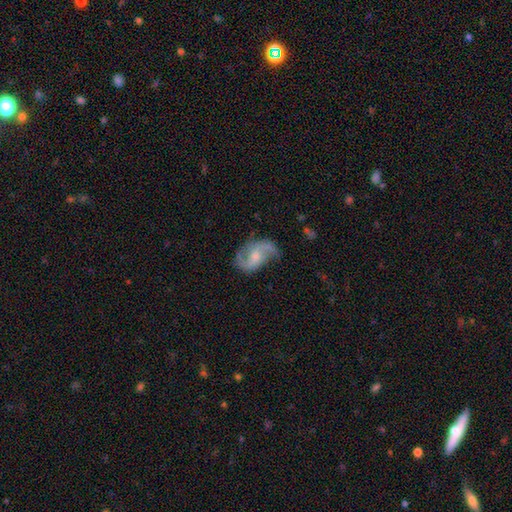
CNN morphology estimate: smooth_or_featured: featured or disk (p=0.85) [alt: smooth p=0.09]
disk_edge_on: no (p=0.97) [alt: yes p=0.03]
bar: no (p=0.50) [alt: weak p=0.41]
has_spiral_arms: yes (p=0.96) [alt: no p=0.04]
spiral_winding: loose (p=0.52) [alt: medium p=0.39]
spiral_arm_count: 2 (p=0.89) [alt: can't tell p=0.04]
bulge_size: small (p=0.44) [alt: moderate p=0.41]
merging: none (p=0.66) [alt: minor disturbance p=0.21]